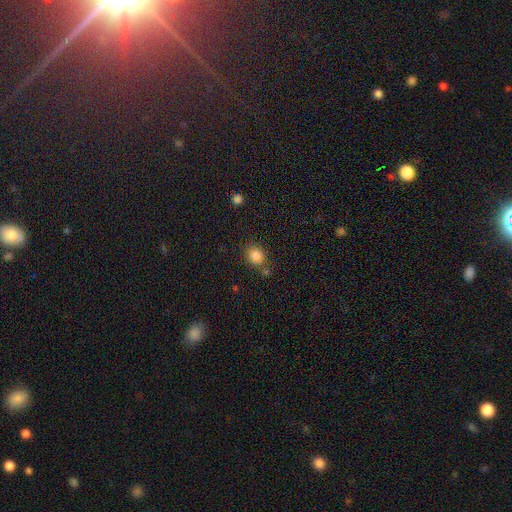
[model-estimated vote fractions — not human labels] Morphology: type=smooth (85%); roundness=round (70%); merging=none (75%).